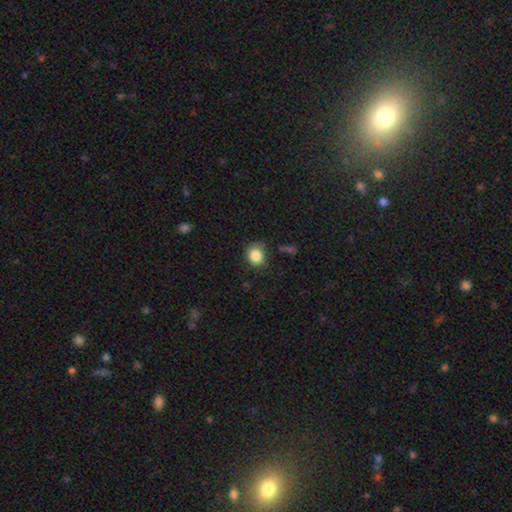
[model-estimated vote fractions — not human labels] Smooth or featured?
  - smooth: 85% *
  - star or artifact: 10%
  - featured or disk: 5%
How rounded?
  - round: 72% *
  - in between: 27%
  - cigar-shaped: 1%
Merging?
  - none: 73% *
  - minor disturbance: 20%
  - major disturbance: 5%
  - merger: 2%